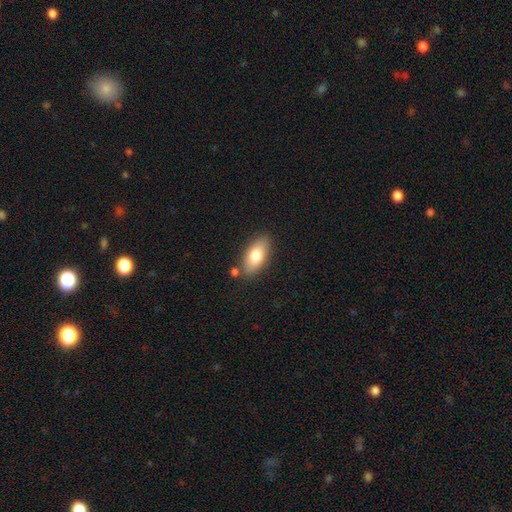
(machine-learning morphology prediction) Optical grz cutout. It shows a smooth galaxy with no disk features (77%) that is in between round and cigar-shaped (88%). Merging: none (79%).